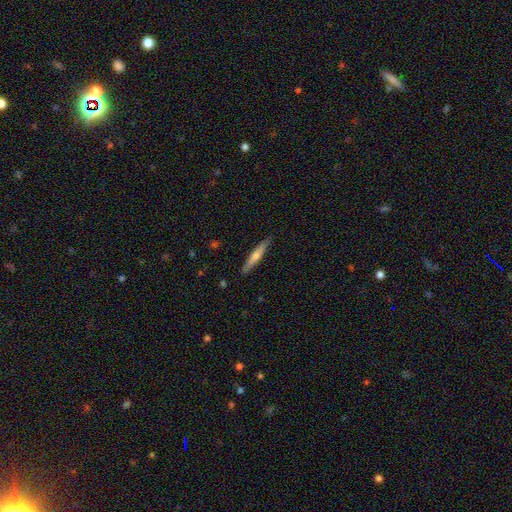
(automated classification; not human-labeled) Morphology: type=featured or disk (52%); edge-on=yes (96%); edge-on bulge=rounded (78%); merging=none (90%).